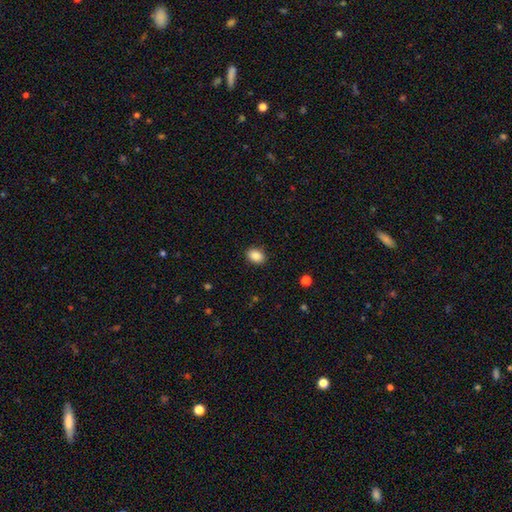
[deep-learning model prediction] smooth 88%, star or artifact 8%, featured or disk 4%. Down the decision tree: how rounded — in between (76%); merging — none (89%).